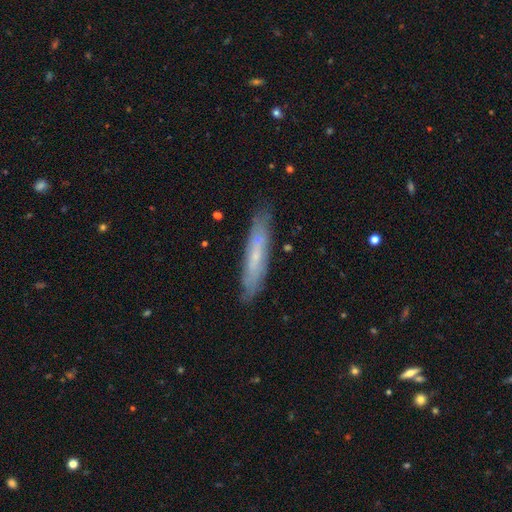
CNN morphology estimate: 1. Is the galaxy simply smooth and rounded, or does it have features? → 49% featured or disk, 44% smooth, 7% star or artifact.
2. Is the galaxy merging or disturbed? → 84% none, 12% minor disturbance, 2% major disturbance, 1% merger.